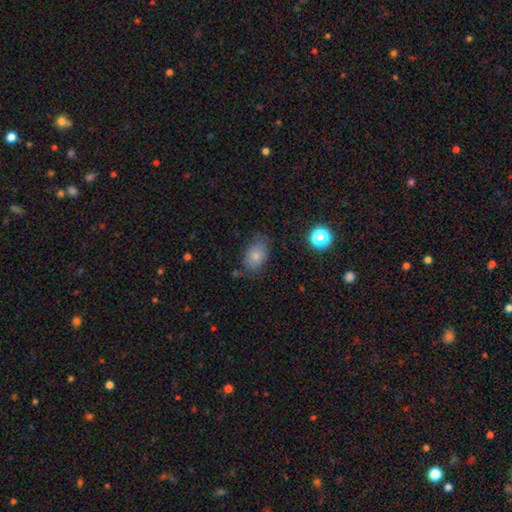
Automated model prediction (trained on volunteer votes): Morphology: type=smooth (78%); roundness=in between (83%); merging=none (69%).